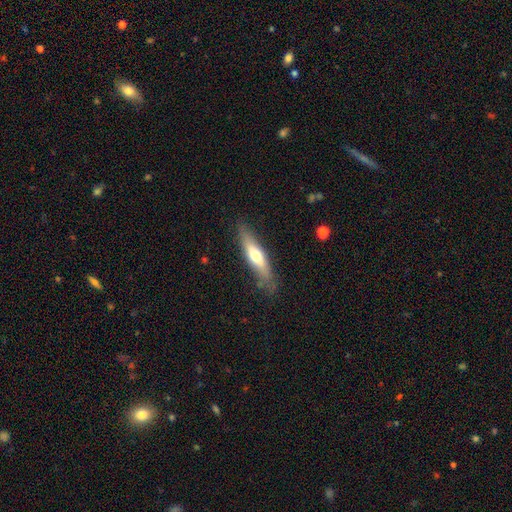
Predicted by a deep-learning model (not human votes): A smooth galaxy with no disk features (54%) that is cigar-shaped (71%). Merging: none (79%).